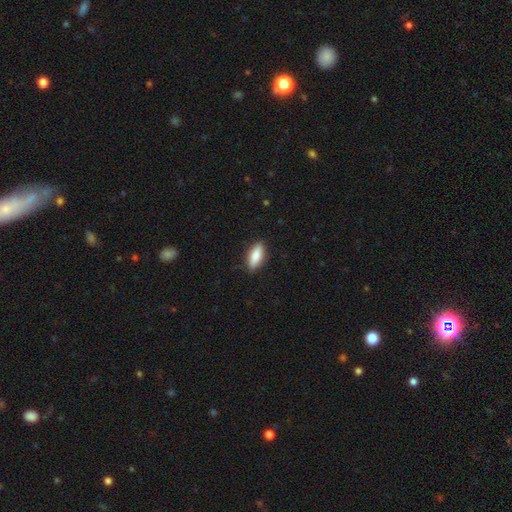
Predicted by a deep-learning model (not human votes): Overall: smooth (81%). How rounded: in between (70%). Merging: none (88%).